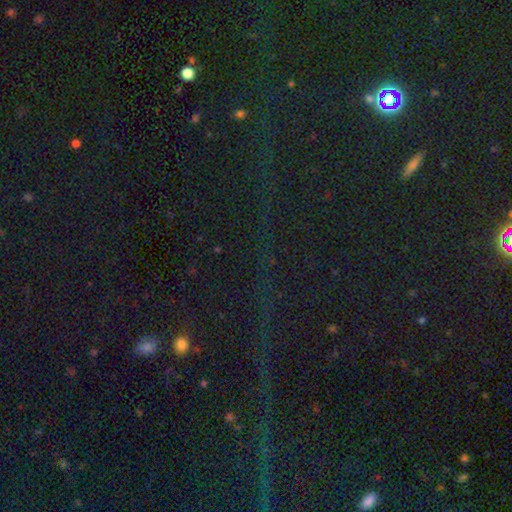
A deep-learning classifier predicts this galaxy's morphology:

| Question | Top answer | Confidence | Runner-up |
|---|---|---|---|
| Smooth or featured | star or artifact | 79% | smooth (12%) |